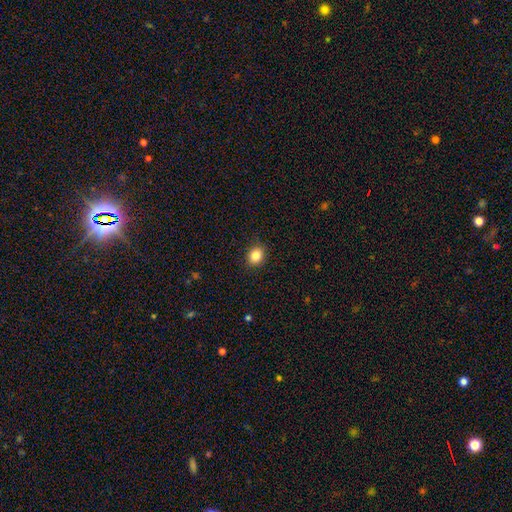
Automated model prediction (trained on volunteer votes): Q: Smooth or featured?
A: smooth (85%); runner-up: star or artifact (10%)
Q: How rounded?
A: round (59%); runner-up: in between (40%)
Q: Merging?
A: none (89%); runner-up: minor disturbance (8%)